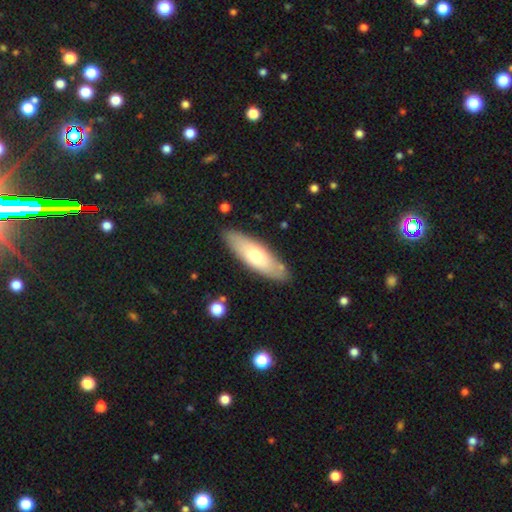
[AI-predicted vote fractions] smooth_or_featured: smooth (p=0.64) [alt: featured or disk p=0.30]
how_rounded: in between (p=0.50) [alt: cigar-shaped p=0.49]
merging: none (p=0.85) [alt: minor disturbance p=0.11]